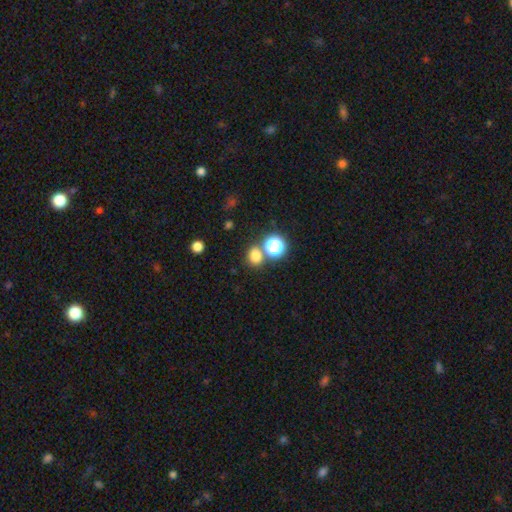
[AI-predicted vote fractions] Q: Smooth or featured?
A: smooth (74%); runner-up: star or artifact (20%)
Q: How rounded?
A: round (70%); runner-up: in between (29%)
Q: Merging?
A: none (70%); runner-up: merger (18%)